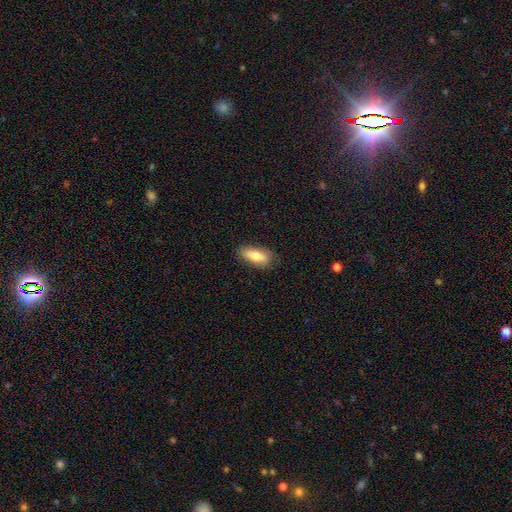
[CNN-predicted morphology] The model was most divided on "how rounded": in between: 68%, cigar-shaped: 30%, round: 2%. More confident: merging — none (80%); smooth or featured — smooth (75%).